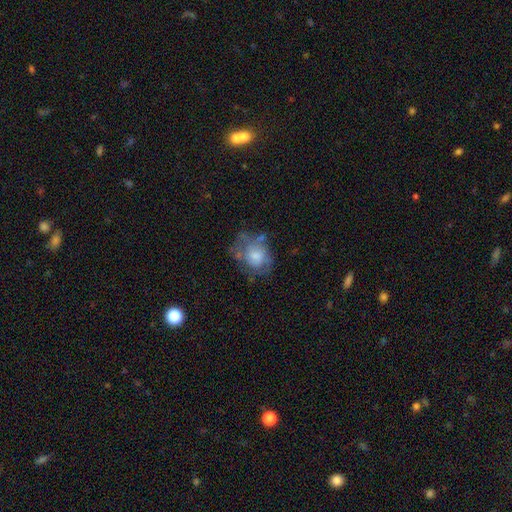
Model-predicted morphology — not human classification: Smooth or featured: smooth — 51% (featured or disk — 40%)
How rounded: in between — 53% (round — 46%)
Merging: none — 36% (major disturbance — 30%)